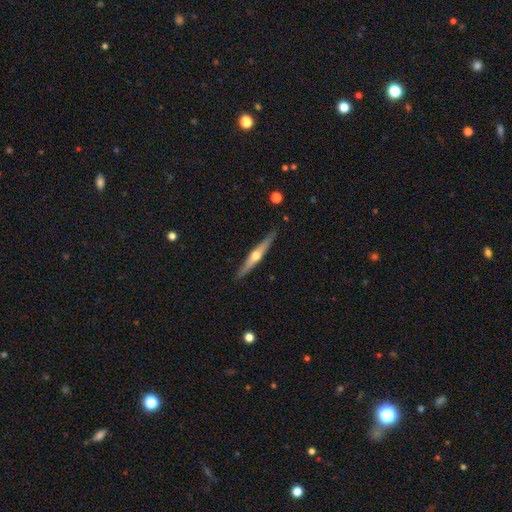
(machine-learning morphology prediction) Smooth or featured? Predicted: featured or disk (p=0.70). Edge-on disk? Predicted: yes (p=0.97). Edge-on bulge? Predicted: rounded (p=0.93). Merging? Predicted: none (p=0.89).